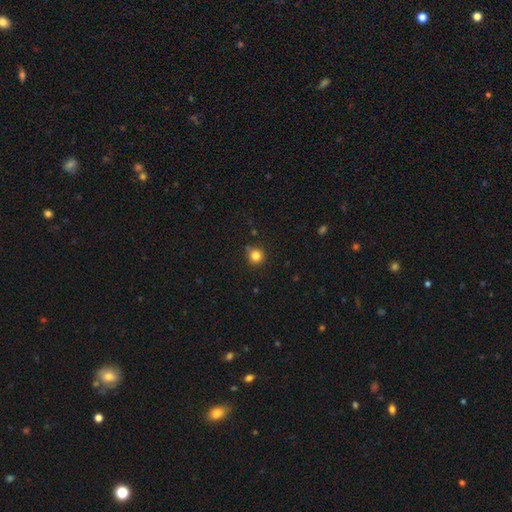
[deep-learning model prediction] Overall: smooth (83%). How rounded: round (94%). Merging: none (85%).